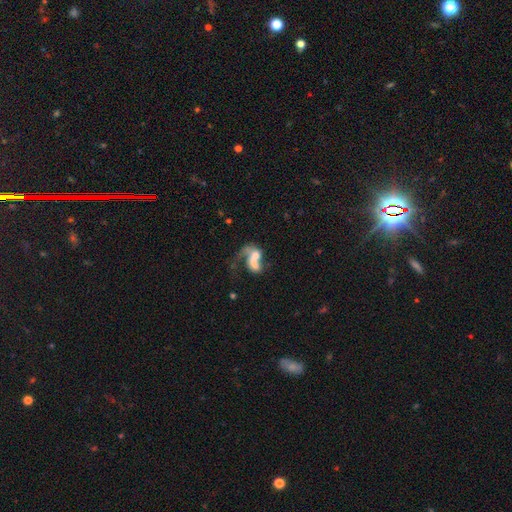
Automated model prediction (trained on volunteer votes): Q: Smooth or featured?
A: featured or disk (51%); runner-up: smooth (39%)
Q: Edge-on disk?
A: no (96%); runner-up: yes (4%)
Q: Merging?
A: merger (52%); runner-up: major disturbance (27%)